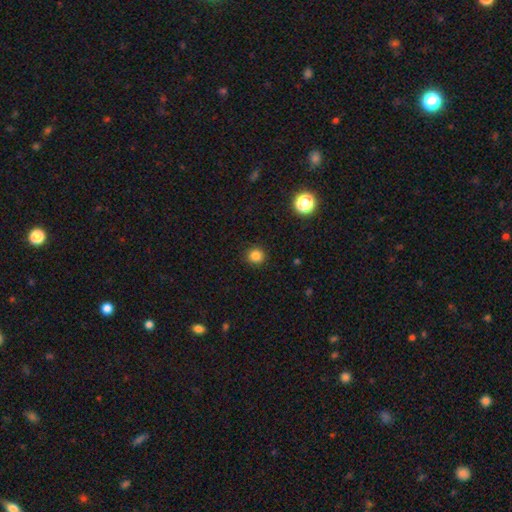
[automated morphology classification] A smooth galaxy with no disk features (84%) that is round (93%).

Vote fractions:
- Smooth or featured? smooth: 84% / star or artifact: 12% / featured or disk: 4%
- How rounded? round: 93% / in between: 6% / cigar-shaped: 1%
- Merging? none: 91% / minor disturbance: 6% / major disturbance: 2% / merger: 1%